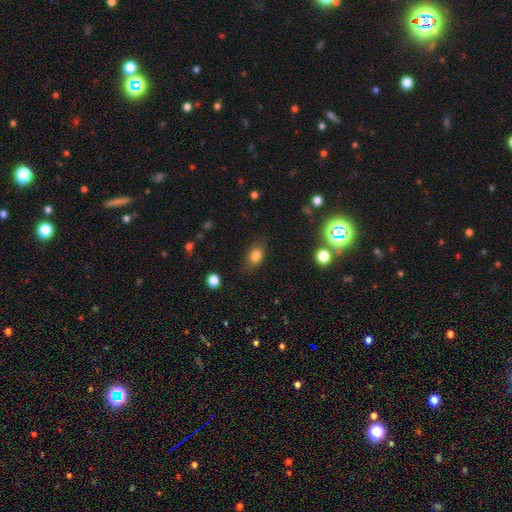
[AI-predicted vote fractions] This appears to be a smooth galaxy with no disk features (80%) that is in between round and cigar-shaped (76%). Merging: none (78%).